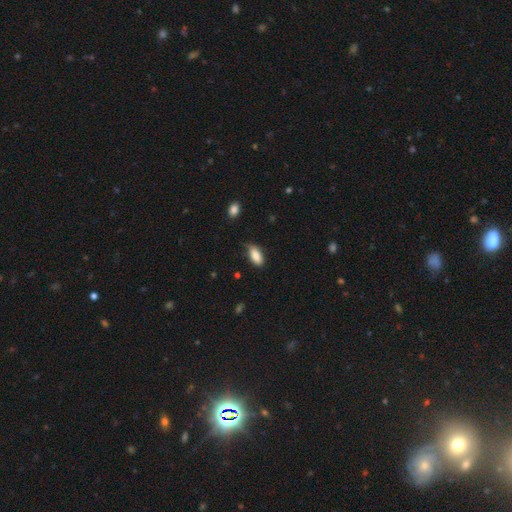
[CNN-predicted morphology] A smooth galaxy with no disk features (85%) that is in between round and cigar-shaped (88%).

Vote fractions:
- Smooth or featured? smooth: 85% / featured or disk: 8% / star or artifact: 7%
- How rounded? in between: 88% / cigar-shaped: 9% / round: 3%
- Merging? none: 63% / minor disturbance: 29% / major disturbance: 6% / merger: 2%